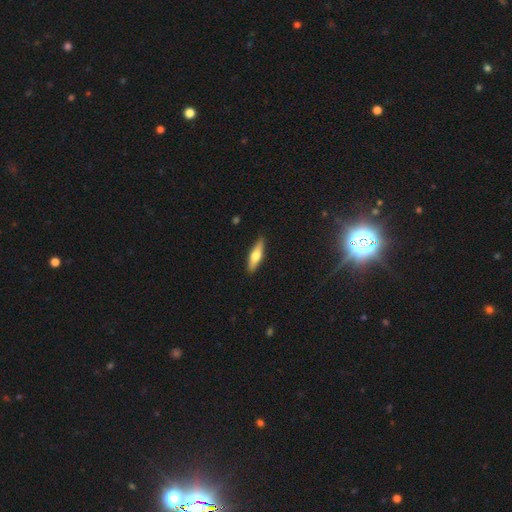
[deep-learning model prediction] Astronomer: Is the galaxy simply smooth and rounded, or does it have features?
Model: smooth — 55% (runner-up: featured or disk, 39%).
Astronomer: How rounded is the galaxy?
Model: cigar-shaped — 66%.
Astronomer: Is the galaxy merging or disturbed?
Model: none — 89%.